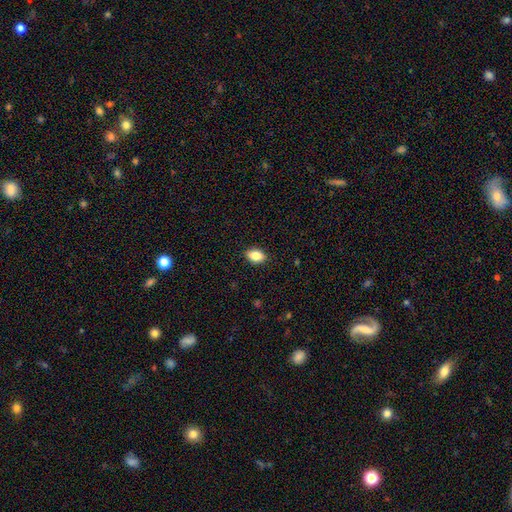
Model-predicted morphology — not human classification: smooth 84%, star or artifact 8%, featured or disk 7%. Down the decision tree: how rounded — in between (84%); merging — none (88%).